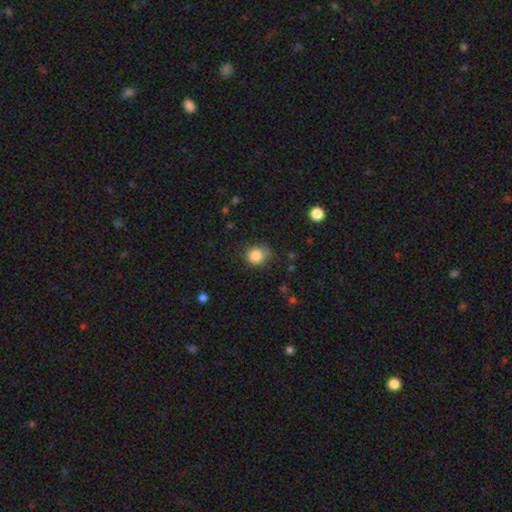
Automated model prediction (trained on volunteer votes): Smooth or featured? smooth (85%)
How rounded? round (81%)
Merging? none (73%)